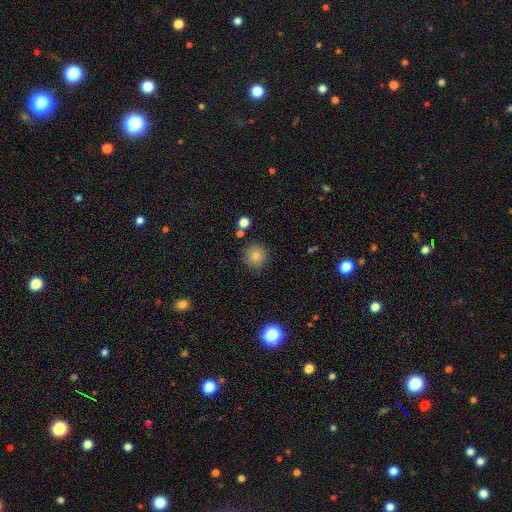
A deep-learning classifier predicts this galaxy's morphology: smooth-or-featured: smooth: 75% | star or artifact: 15% | featured or disk: 10%
  how-rounded: round: 93% | in between: 6% | cigar-shaped: 1%
  merging: none: 86% | minor disturbance: 9% | merger: 3% | major disturbance: 2%